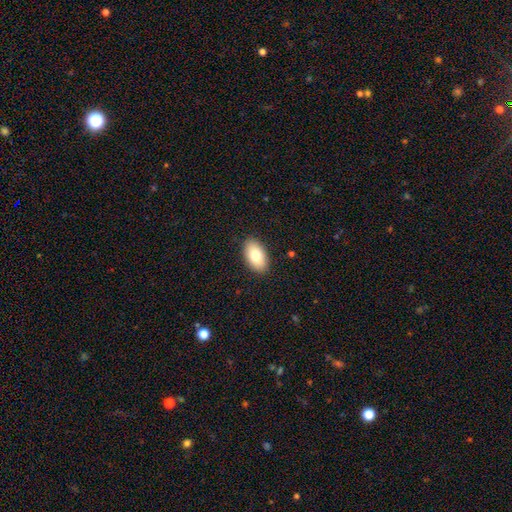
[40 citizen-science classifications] Overall: smooth (70%). How rounded: in between (96%). Merging: none (82%).